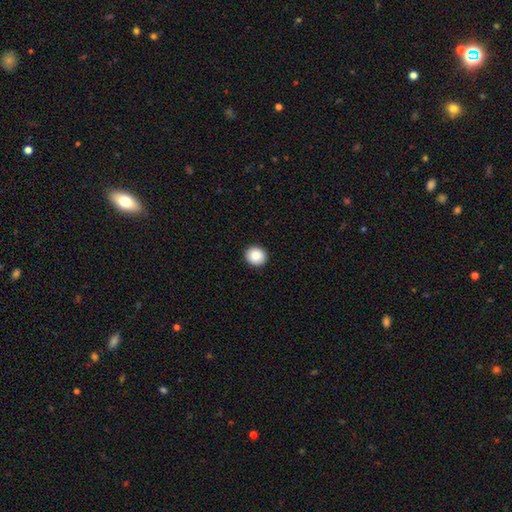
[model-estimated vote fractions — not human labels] Smooth or featured: smooth — 89% (star or artifact — 8%)
How rounded: round — 86% (in between — 13%)
Merging: none — 93% (minor disturbance — 5%)